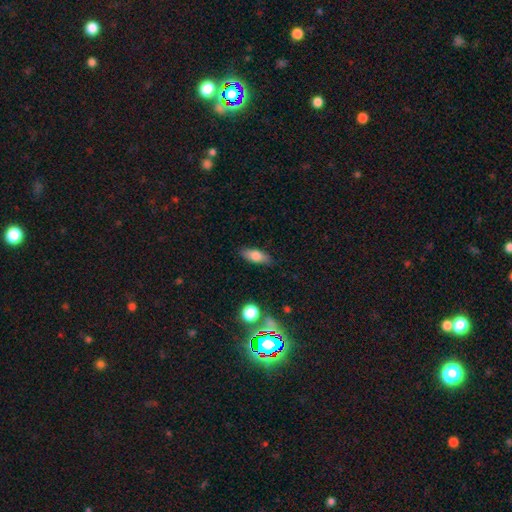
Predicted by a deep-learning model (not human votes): smooth_or_featured: smooth (p=0.74) [alt: featured or disk p=0.18]
how_rounded: in between (p=0.75) [alt: cigar-shaped p=0.21]
merging: none (p=0.85) [alt: minor disturbance p=0.11]